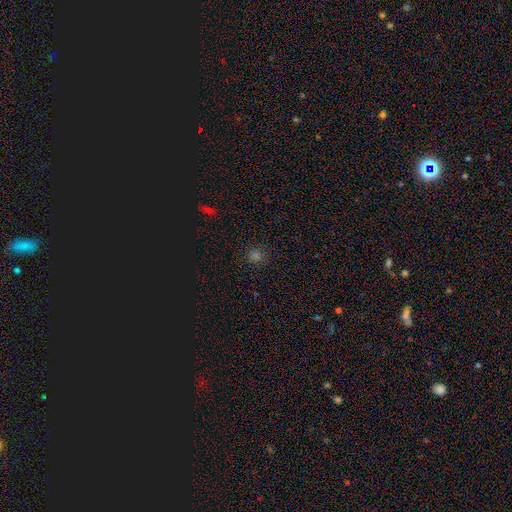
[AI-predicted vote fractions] Q: Smooth or featured?
A: smooth (61%); runner-up: star or artifact (33%)
Q: How rounded?
A: round (91%); runner-up: in between (8%)
Q: Merging?
A: none (88%); runner-up: minor disturbance (8%)